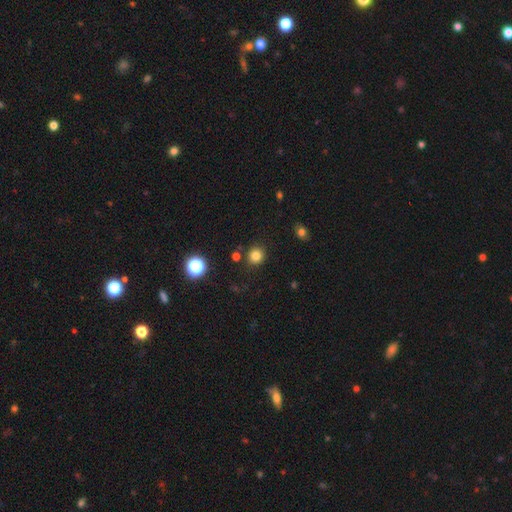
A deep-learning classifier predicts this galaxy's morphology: Smooth or featured? smooth (81%)
How rounded? round (89%)
Merging? none (86%)